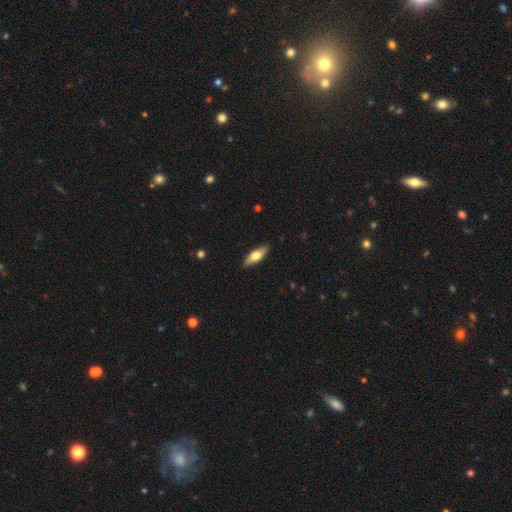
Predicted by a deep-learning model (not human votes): Smooth or featured?
  - smooth: 60% *
  - featured or disk: 35%
  - star or artifact: 5%
How rounded?
  - in between: 55% *
  - cigar-shaped: 43%
  - round: 2%
Merging?
  - none: 89% *
  - minor disturbance: 9%
  - major disturbance: 2%
  - merger: 1%